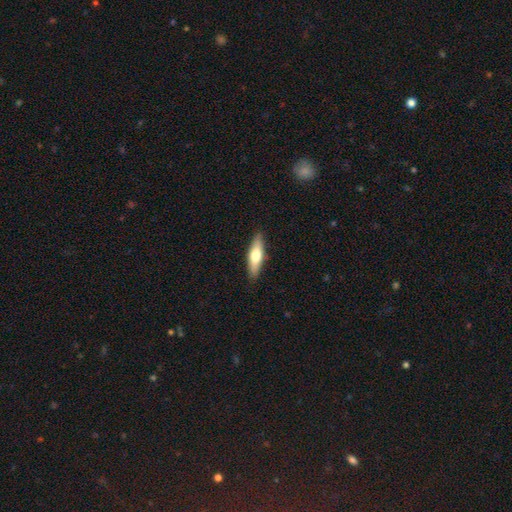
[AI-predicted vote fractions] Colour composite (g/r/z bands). It shows a smooth galaxy with no disk features (60%) that is cigar-shaped (60%). Merging: none (88%).